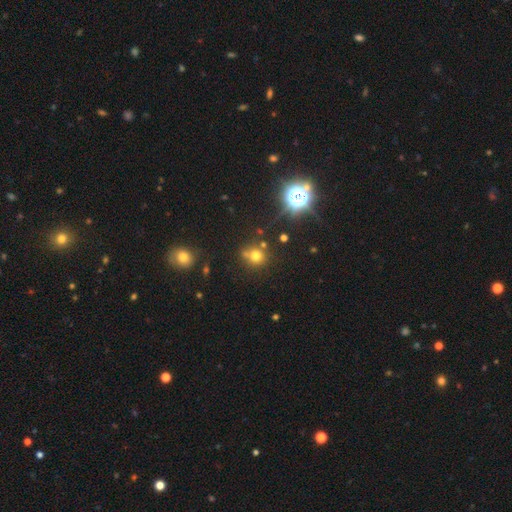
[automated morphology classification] A smooth galaxy with no disk features (67%) that is round (86%).

Vote fractions:
- Smooth or featured? smooth: 67% / star or artifact: 23% / featured or disk: 9%
- How rounded? round: 86% / in between: 12% / cigar-shaped: 1%
- Merging? none: 65% / merger: 16% / minor disturbance: 14% / major disturbance: 5%